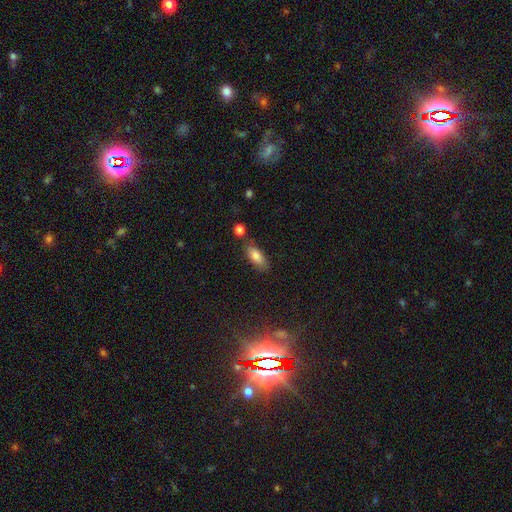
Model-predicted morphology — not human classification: This is clearly a smooth galaxy (80%). How rounded: likely in between (79%). Merging: likely none (72%).